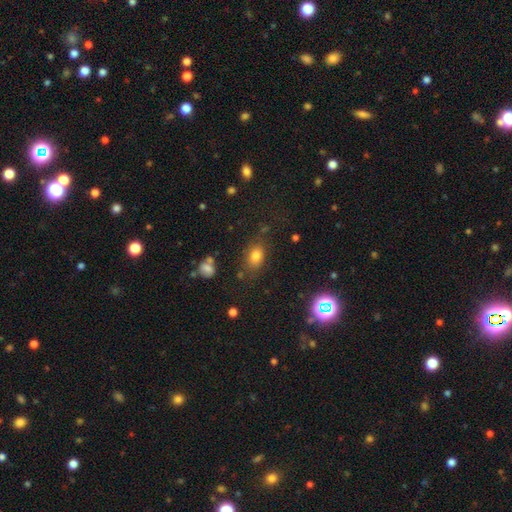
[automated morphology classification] smooth 76%, star or artifact 15%, featured or disk 9%. Down the decision tree: how rounded — in between (74%); merging — none (76%).